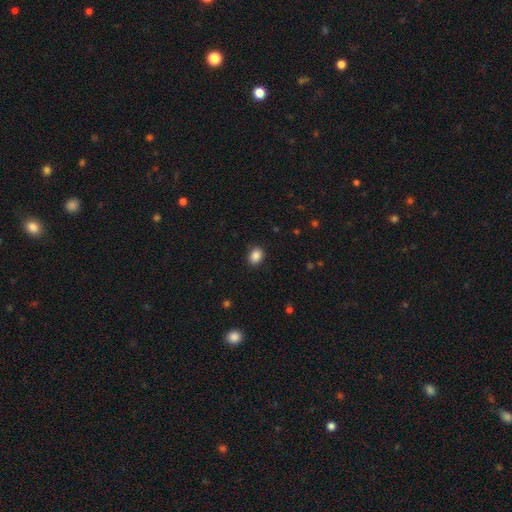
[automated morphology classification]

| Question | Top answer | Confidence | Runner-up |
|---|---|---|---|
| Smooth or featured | smooth | 87% | star or artifact (9%) |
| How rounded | in between | 56% | round (43%) |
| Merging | none | 89% | minor disturbance (8%) |